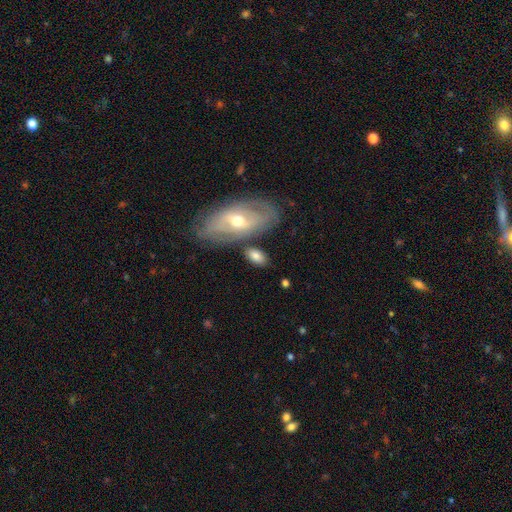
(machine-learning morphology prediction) Overall: smooth (68%). How rounded: in between (89%). Merging: none (70%).